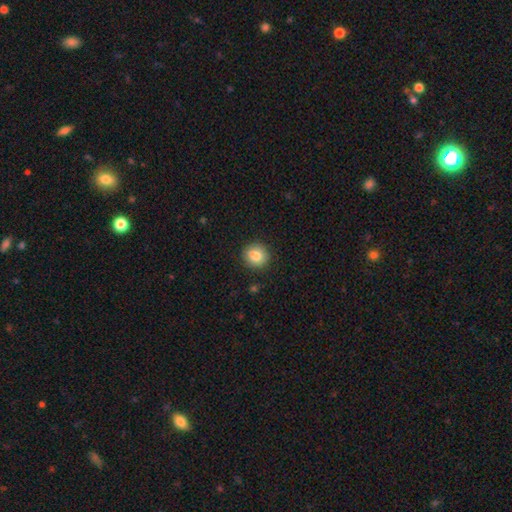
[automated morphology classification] Smooth or featured? smooth (85%)
How rounded? round (90%)
Merging? none (89%)